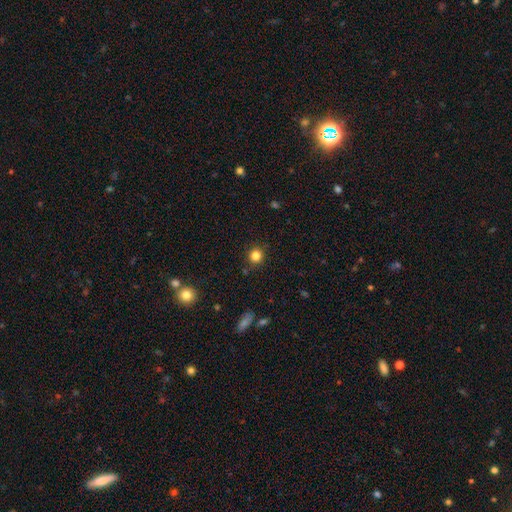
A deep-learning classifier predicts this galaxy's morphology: This is clearly a smooth galaxy (83%). How rounded: clearly round (91%). Merging: clearly none (89%).